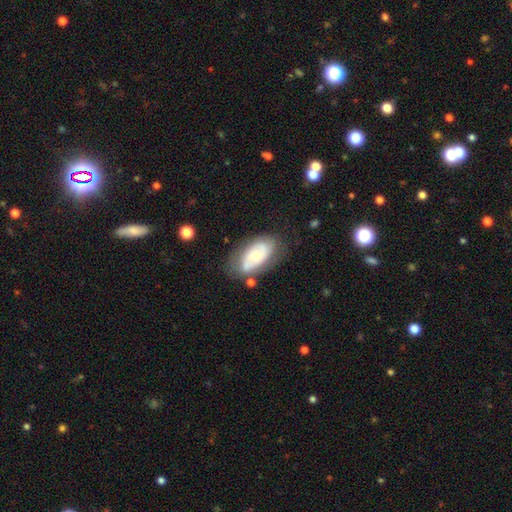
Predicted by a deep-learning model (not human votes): Overall: featured or disk (58%; smooth 36%). Edge-on disk: no (92%). Bar: no (73%). Spiral arms: yes (70%; no 30%). Bulge size: moderate (58%; small 34%). Merging: none (65%).